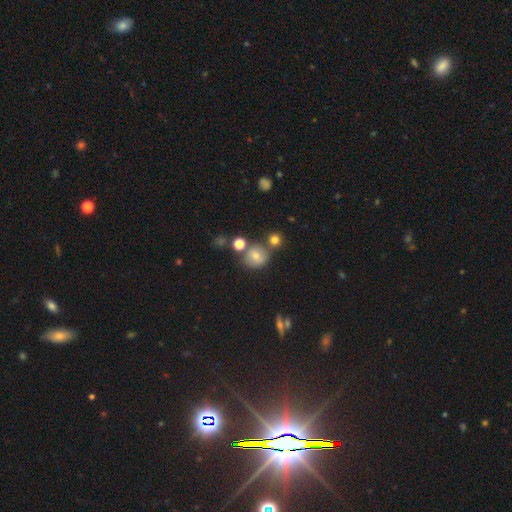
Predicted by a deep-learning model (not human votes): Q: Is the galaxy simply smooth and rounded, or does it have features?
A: smooth — 66%.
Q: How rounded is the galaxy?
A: round — 84%.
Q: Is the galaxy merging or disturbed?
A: none — 69%.